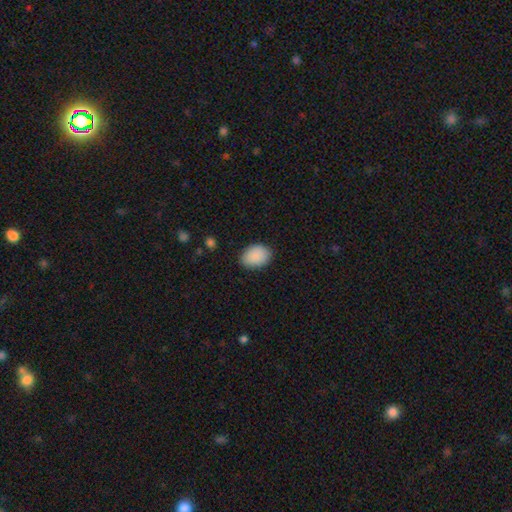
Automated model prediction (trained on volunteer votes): Overall: smooth (90%). How rounded: in between (81%). Merging: none (84%).